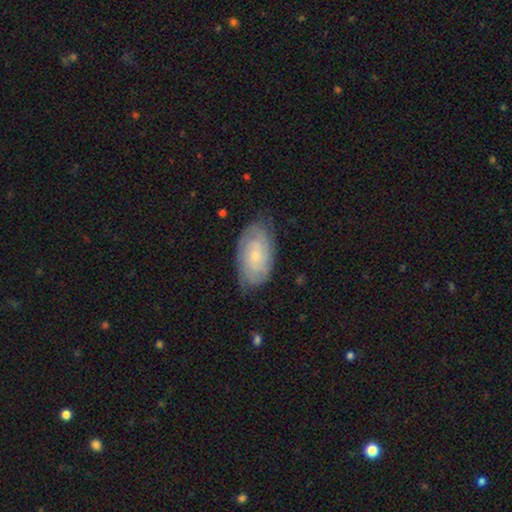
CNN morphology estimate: A featured or disk galaxy (64%) with no bar (75%), tight (69%) spiral arms (87%) and a small central bulge (72%). Merging: none (74%).